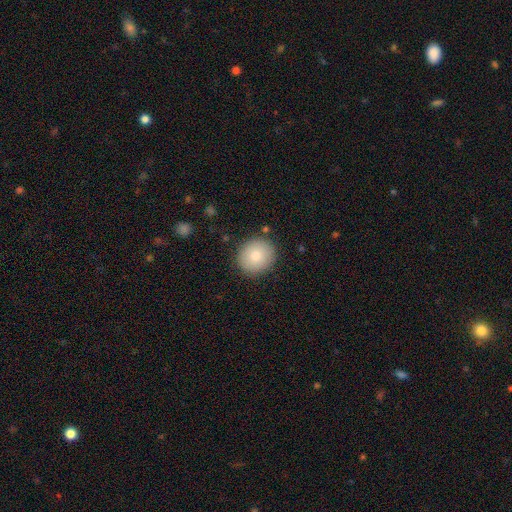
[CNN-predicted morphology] Smooth or featured?
  - smooth: 80% *
  - featured or disk: 12%
  - star or artifact: 8%
How rounded?
  - round: 84% *
  - in between: 15%
  - cigar-shaped: 1%
Merging?
  - none: 87% *
  - minor disturbance: 9%
  - major disturbance: 2%
  - merger: 2%